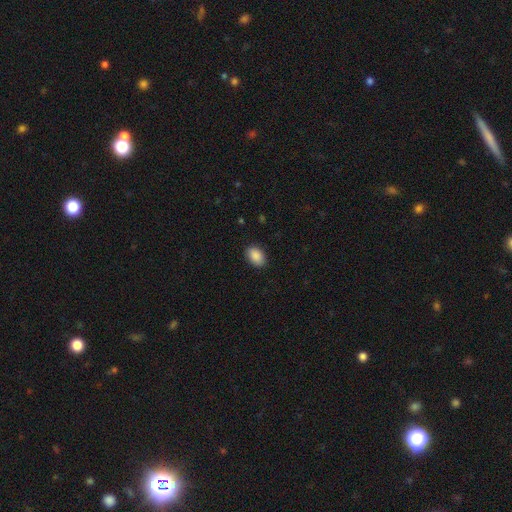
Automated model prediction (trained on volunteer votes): Morphology: type=smooth (89%); roundness=in between (85%); merging=none (87%).